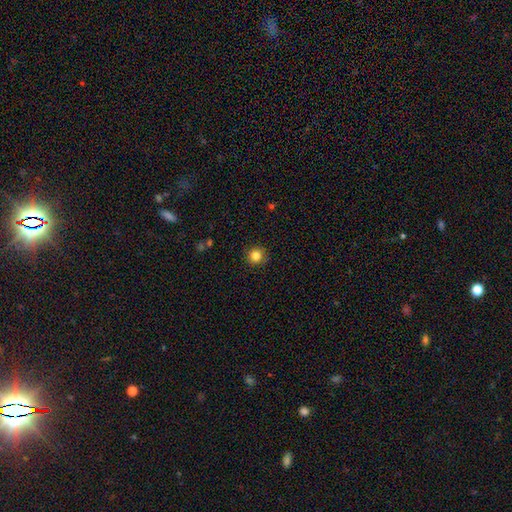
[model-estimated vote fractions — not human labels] Smooth or featured? smooth (83%)
How rounded? round (94%)
Merging? none (91%)